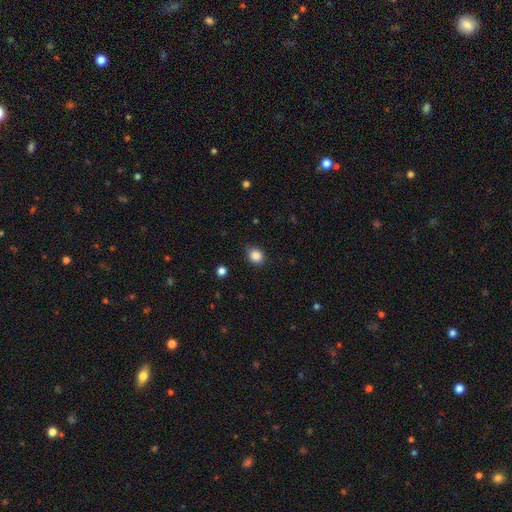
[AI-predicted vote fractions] This appears to be a smooth galaxy with no disk features (86%) that is round (61%). Merging: none (82%).